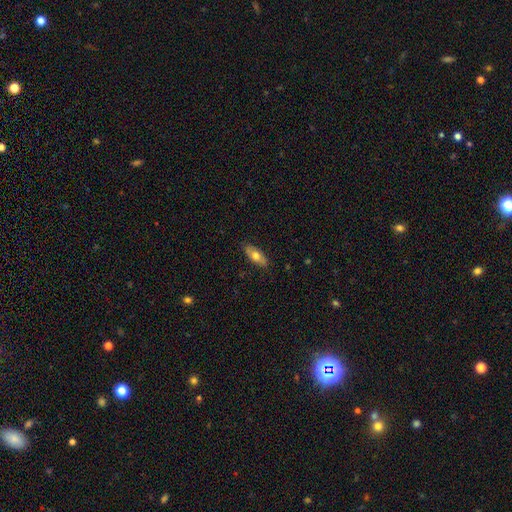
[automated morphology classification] Q: Smooth or featured?
A: smooth (65%); runner-up: featured or disk (29%)
Q: How rounded?
A: in between (79%); runner-up: cigar-shaped (18%)
Q: Merging?
A: none (85%); runner-up: minor disturbance (12%)